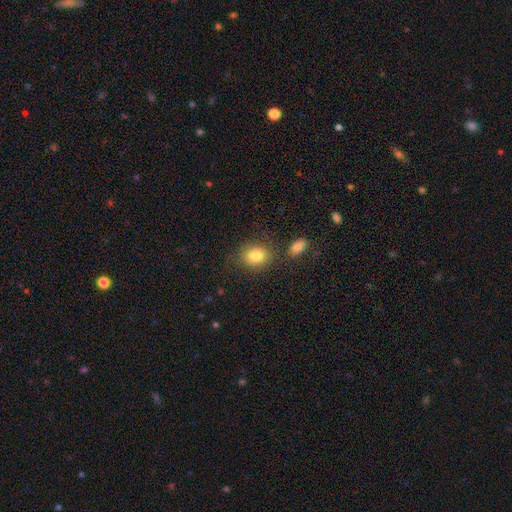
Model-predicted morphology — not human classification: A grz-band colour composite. It shows a smooth galaxy with no disk features (82%) that is round (57%). Merging: none (75%).